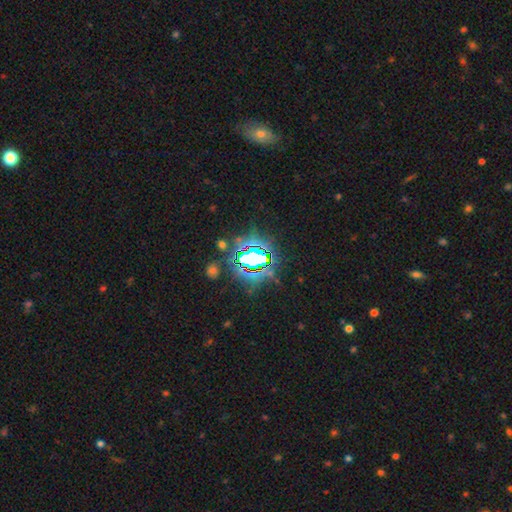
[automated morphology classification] A star or artifact, not a galaxy (80%).